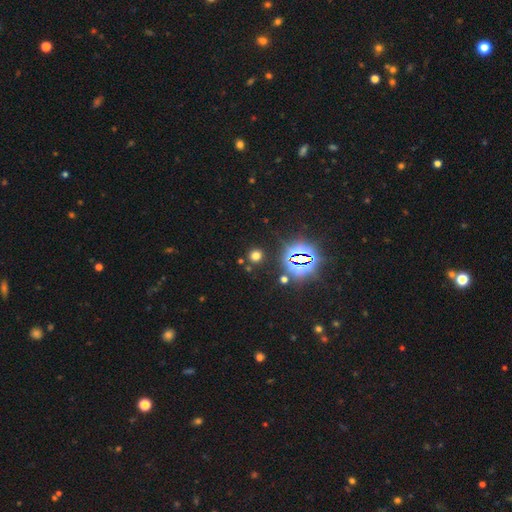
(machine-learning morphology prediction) Smooth or featured? smooth (61%)
How rounded? round (89%)
Merging? none (86%)